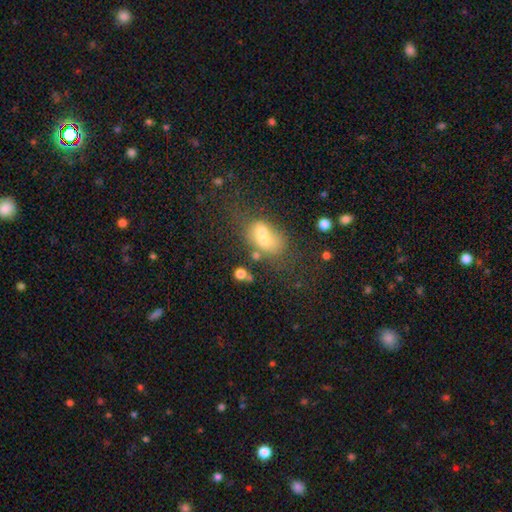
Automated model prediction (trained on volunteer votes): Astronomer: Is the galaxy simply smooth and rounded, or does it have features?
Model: smooth — 56%.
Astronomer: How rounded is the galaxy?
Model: in between — 69%.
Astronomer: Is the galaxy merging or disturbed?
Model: merger — 55%.